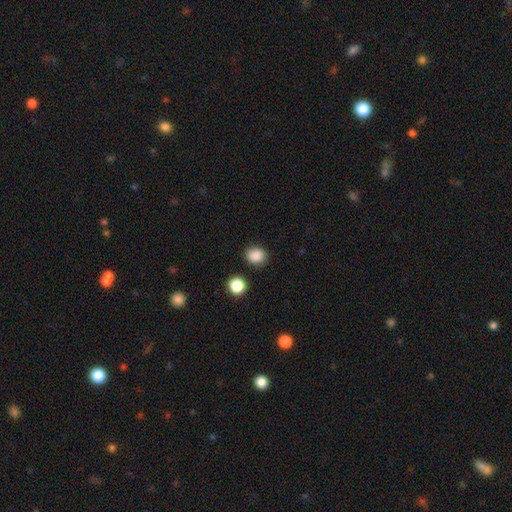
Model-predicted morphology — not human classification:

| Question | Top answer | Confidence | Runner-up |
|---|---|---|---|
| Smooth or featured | smooth | 87% | star or artifact (10%) |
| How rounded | round | 68% | in between (31%) |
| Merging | none | 86% | minor disturbance (8%) |